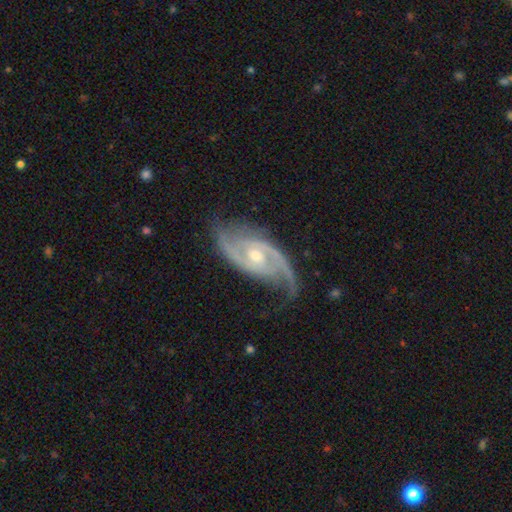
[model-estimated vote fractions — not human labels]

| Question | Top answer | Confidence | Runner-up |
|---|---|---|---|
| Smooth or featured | featured or disk | 92% | smooth (4%) |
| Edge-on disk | no | 96% | yes (4%) |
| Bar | no | 48% | weak (41%) |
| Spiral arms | yes | 98% | no (2%) |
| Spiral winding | medium | 50% | tight (33%) |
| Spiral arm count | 2 | 82% | 3 (7%) |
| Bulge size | moderate | 64% | small (31%) |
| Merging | none | 69% | minor disturbance (21%) |